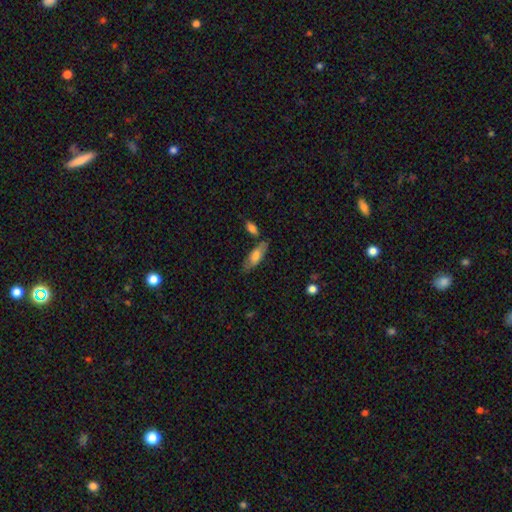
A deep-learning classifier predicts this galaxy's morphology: Smooth or featured? smooth (70%)
How rounded? in between (66%)
Merging? none (70%)